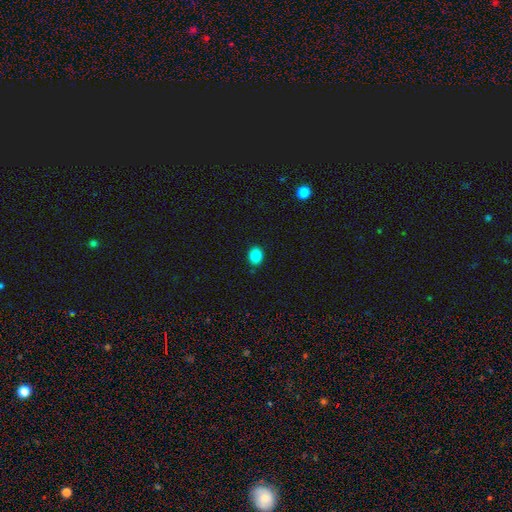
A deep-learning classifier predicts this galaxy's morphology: Smooth or featured? Predicted: smooth (p=0.86). How rounded? Predicted: round (p=0.54). Merging? Predicted: none (p=0.87).